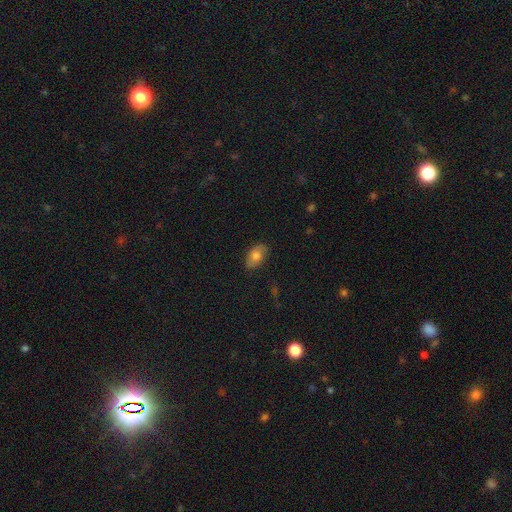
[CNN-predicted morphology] Smooth or featured: smooth — 73% (featured or disk — 19%)
How rounded: in between — 91% (round — 7%)
Merging: none — 79% (minor disturbance — 16%)